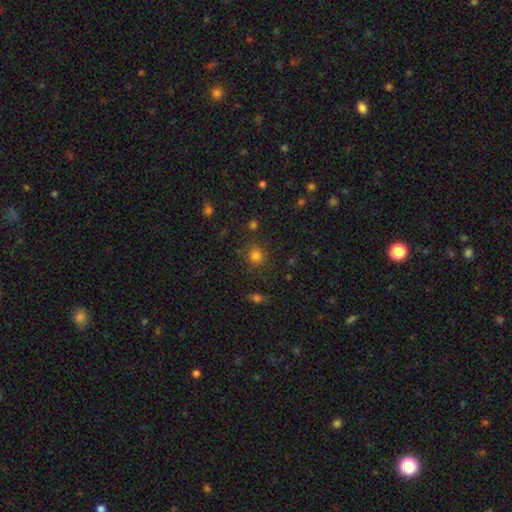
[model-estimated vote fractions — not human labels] This appears to be a smooth galaxy with no disk features (78%) that is round (87%). Merging: none (81%).